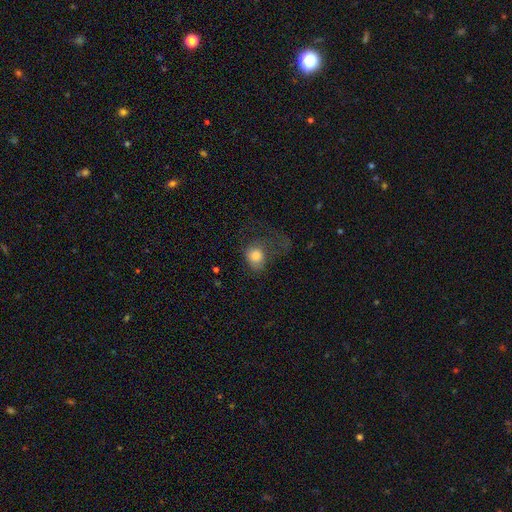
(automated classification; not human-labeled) This appears to be a smooth galaxy with no disk features (77%) that is round (65%). Merging: major disturbance (48%).